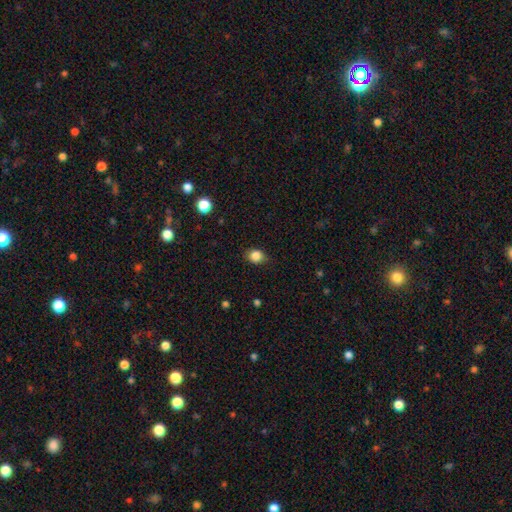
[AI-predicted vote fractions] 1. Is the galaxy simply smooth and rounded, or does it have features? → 84% smooth, 10% star or artifact, 5% featured or disk.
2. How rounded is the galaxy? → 58% round, 41% in between, 1% cigar-shaped.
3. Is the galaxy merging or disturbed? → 80% none, 16% minor disturbance, 3% major disturbance, 1% merger.